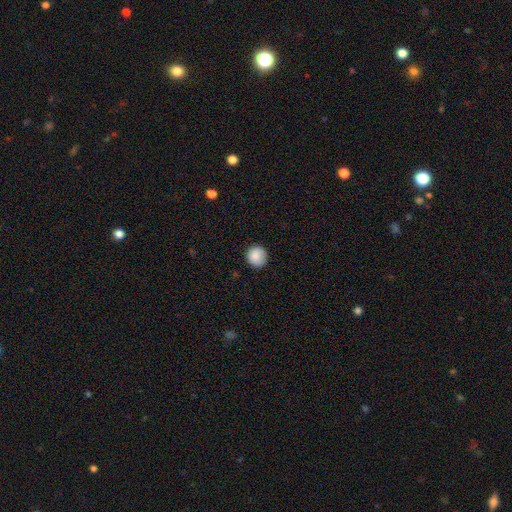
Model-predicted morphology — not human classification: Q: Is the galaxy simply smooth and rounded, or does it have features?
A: smooth — 88%.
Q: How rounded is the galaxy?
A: round — 91%.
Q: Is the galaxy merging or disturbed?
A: none — 85%.